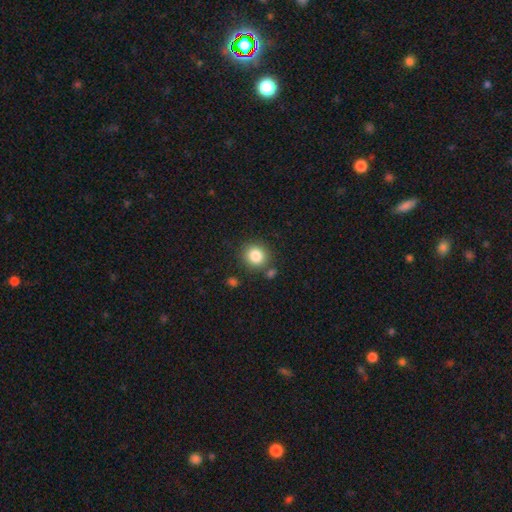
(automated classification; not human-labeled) Smooth or featured: smooth — 84% (star or artifact — 10%)
How rounded: round — 88% (in between — 12%)
Merging: none — 81% (minor disturbance — 9%)